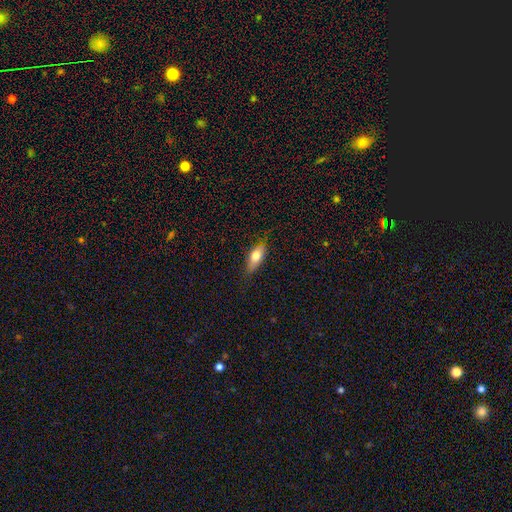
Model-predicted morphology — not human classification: smooth 70%, featured or disk 23%, star or artifact 7%. Down the decision tree: how rounded — in between (75%); merging — none (77%).